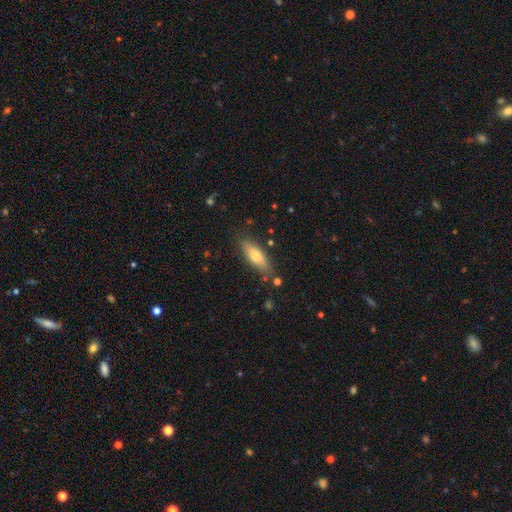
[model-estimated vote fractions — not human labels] Smooth or featured? smooth (67%)
How rounded? in between (54%)
Merging? none (81%)